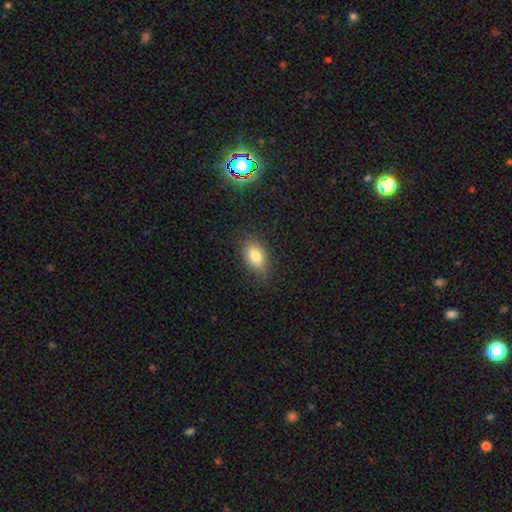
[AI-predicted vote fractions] Overall: smooth (78%). How rounded: in between (84%). Merging: none (80%).